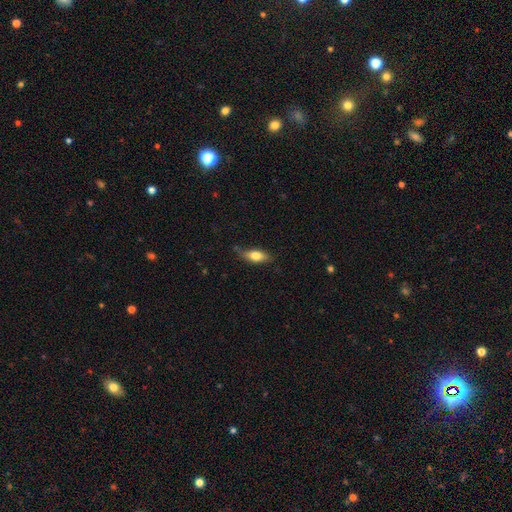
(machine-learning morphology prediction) This is likely a smooth galaxy (73%). How rounded: likely in between (75%). Merging: likely none (70%).